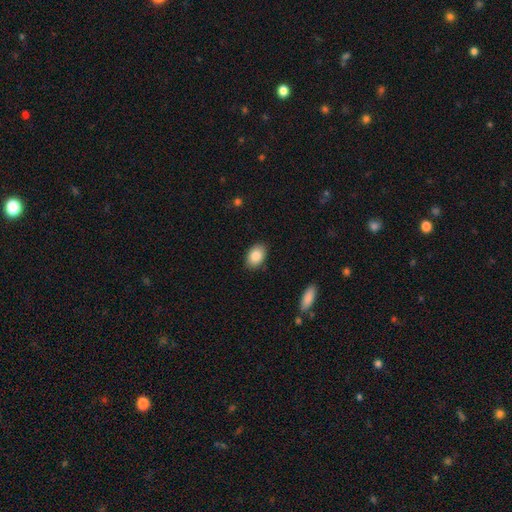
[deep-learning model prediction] A smooth galaxy with no disk features (88%) that is in between round and cigar-shaped (87%).

Vote fractions:
- Smooth or featured? smooth: 88% / star or artifact: 7% / featured or disk: 6%
- How rounded? in between: 87% / round: 12% / cigar-shaped: 1%
- Merging? none: 87% / minor disturbance: 9% / major disturbance: 2% / merger: 1%